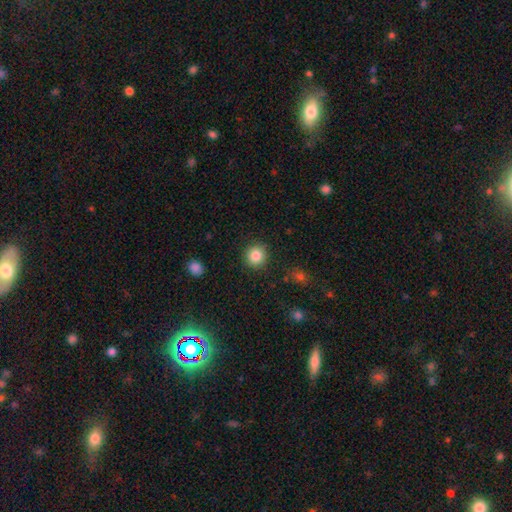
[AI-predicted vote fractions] This appears to be a smooth galaxy with no disk features (85%) that is round (93%). Merging: none (90%).